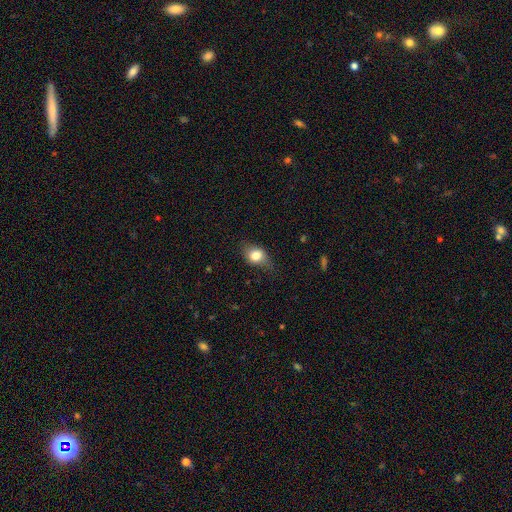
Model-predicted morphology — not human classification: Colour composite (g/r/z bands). It shows a smooth galaxy with no disk features (75%) that is in between round and cigar-shaped (67%). Merging: none (65%).